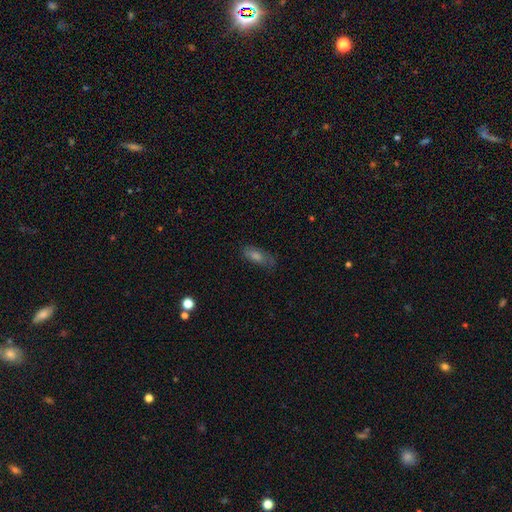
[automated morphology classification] This appears to be a smooth galaxy with no disk features (51%) that is in between round and cigar-shaped (68%). Merging: none (72%).